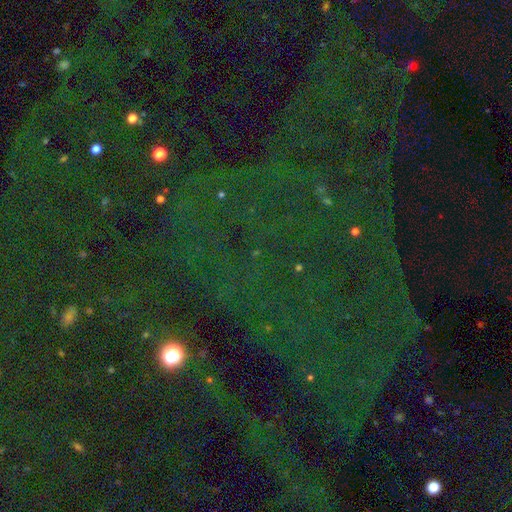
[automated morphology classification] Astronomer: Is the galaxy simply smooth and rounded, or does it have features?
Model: star or artifact — 82%.